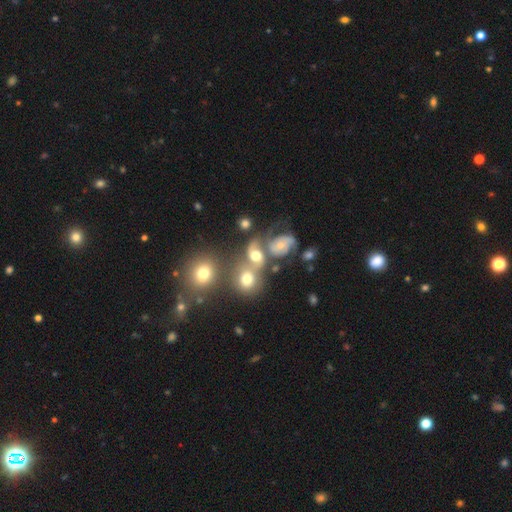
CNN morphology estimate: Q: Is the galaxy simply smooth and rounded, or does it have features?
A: featured or disk — 49%.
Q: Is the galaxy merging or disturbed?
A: merger — 50%.